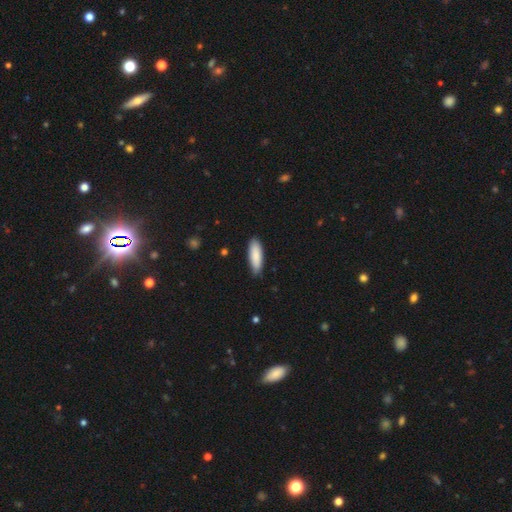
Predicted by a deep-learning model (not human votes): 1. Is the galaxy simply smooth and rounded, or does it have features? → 88% smooth, 7% featured or disk, 5% star or artifact.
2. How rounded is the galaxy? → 55% in between, 44% cigar-shaped, 1% round.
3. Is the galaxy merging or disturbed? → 86% none, 12% minor disturbance, 2% major disturbance, 1% merger.